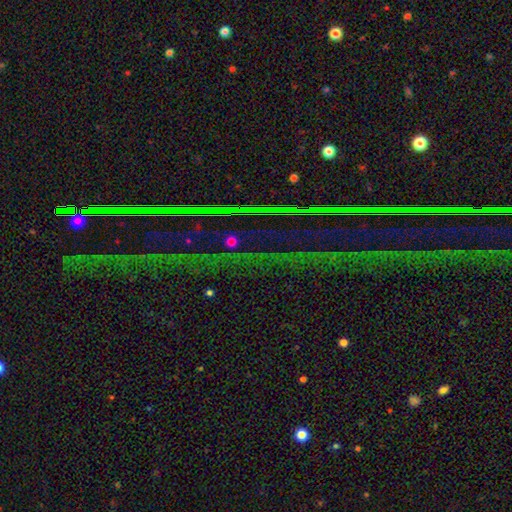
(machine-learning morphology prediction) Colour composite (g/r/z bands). It shows a star or artifact, not a galaxy (85%).